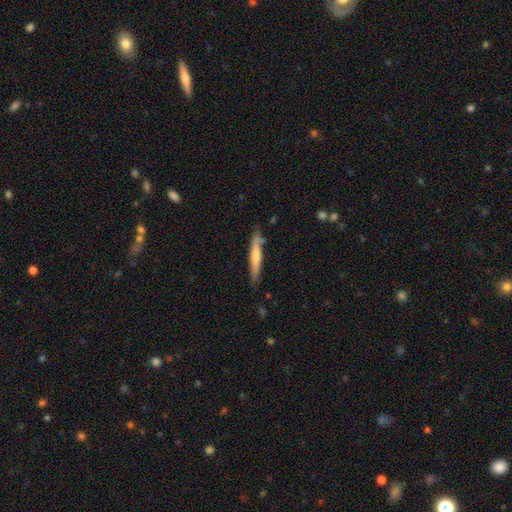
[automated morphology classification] A smooth galaxy with no disk features (55%) that is cigar-shaped (92%). Merging: none (70%).